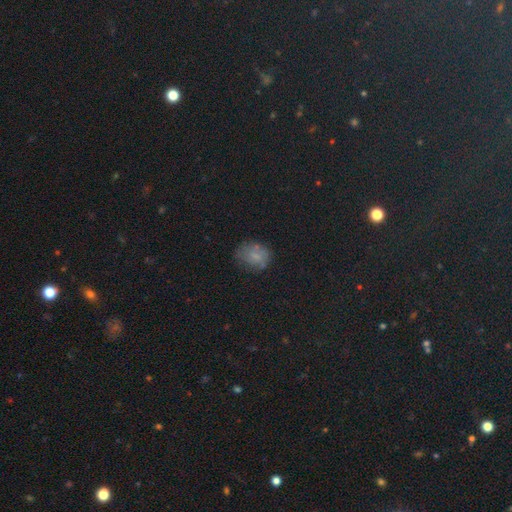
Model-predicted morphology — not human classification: Q: Smooth or featured?
A: smooth (61%); runner-up: star or artifact (21%)
Q: How rounded?
A: in between (53%); runner-up: round (45%)
Q: Merging?
A: none (62%); runner-up: minor disturbance (24%)